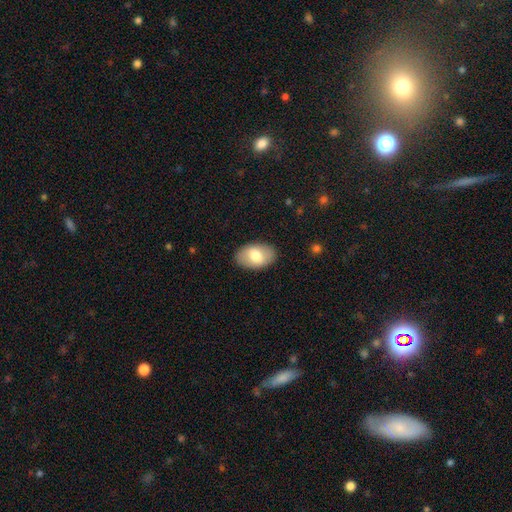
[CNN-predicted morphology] This is likely a smooth galaxy (72%). How rounded: clearly in between (92%). Merging: clearly none (87%).